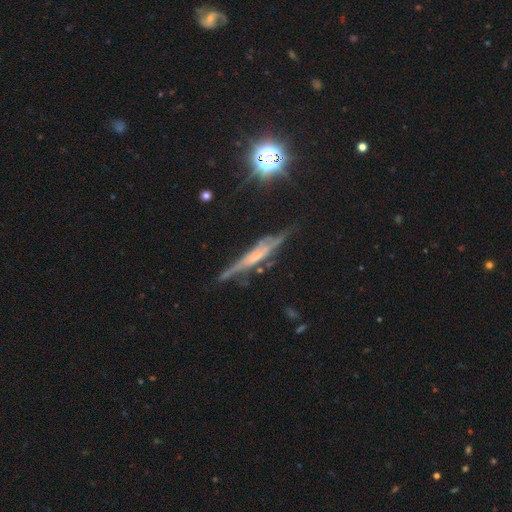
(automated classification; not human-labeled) Smooth or featured?
  - featured or disk: 66% *
  - smooth: 22%
  - star or artifact: 12%
Edge-on disk?
  - yes: 86% *
  - no: 14%
Edge-on bulge?
  - none: 41% *
  - boxy: 32%
  - rounded: 27%
Merging?
  - none: 58% *
  - minor disturbance: 26%
  - major disturbance: 11%
  - merger: 4%